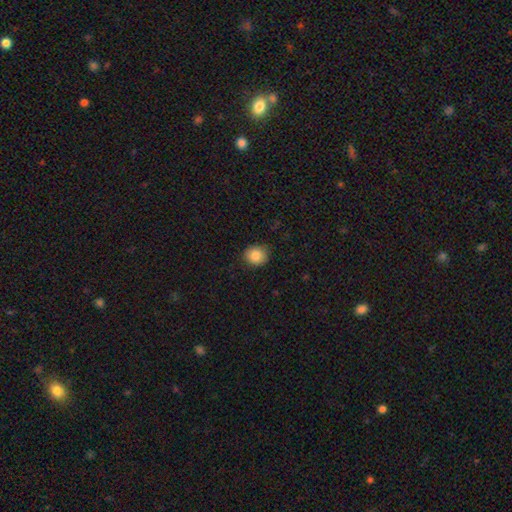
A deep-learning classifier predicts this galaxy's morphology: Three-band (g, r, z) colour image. It shows a smooth galaxy with no disk features (86%) that is round (80%). Merging: none (86%).